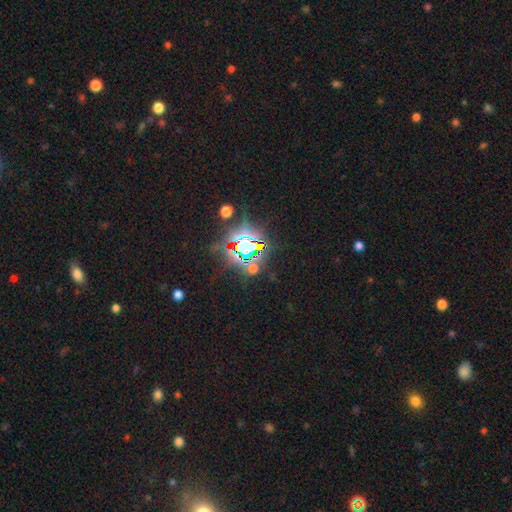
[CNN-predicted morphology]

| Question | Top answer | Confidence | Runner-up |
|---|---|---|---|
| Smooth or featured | star or artifact | 82% | smooth (10%) |